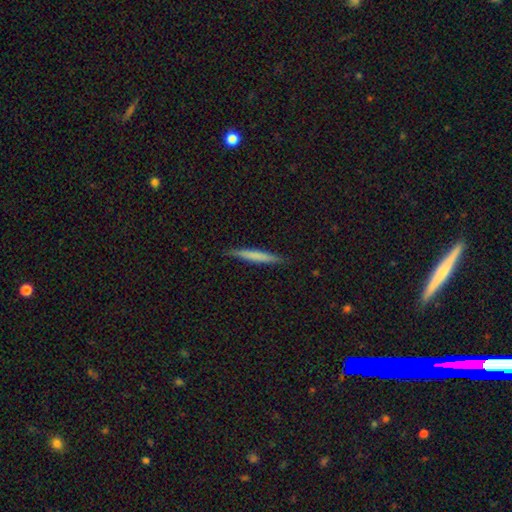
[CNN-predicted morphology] The model was most divided on "smooth or featured": smooth: 66%, featured or disk: 28%, star or artifact: 6%. More confident: how rounded — cigar-shaped (96%); merging — none (89%).